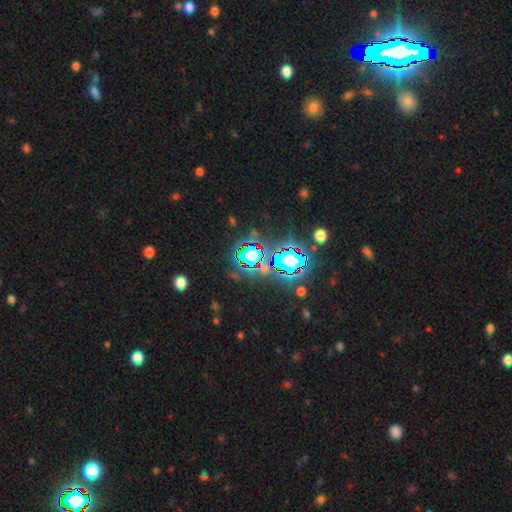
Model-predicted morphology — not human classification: A star or artifact, not a galaxy (76%).

Vote fractions:
- Smooth or featured? star or artifact: 76% / smooth: 13% / featured or disk: 10%